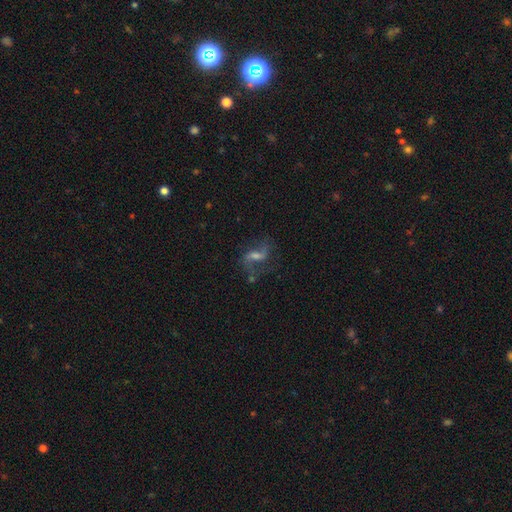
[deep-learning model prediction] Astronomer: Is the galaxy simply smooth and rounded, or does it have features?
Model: featured or disk — 72%.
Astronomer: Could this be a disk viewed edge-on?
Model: no — 94%.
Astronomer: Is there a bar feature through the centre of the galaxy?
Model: weak — 48% (runner-up: strong, 28%).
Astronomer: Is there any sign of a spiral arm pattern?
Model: yes — 89%.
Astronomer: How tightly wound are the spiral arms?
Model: loose — 68%.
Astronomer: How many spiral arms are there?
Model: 2 — 86%.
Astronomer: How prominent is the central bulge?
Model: moderate — 41% (runner-up: small, 35%).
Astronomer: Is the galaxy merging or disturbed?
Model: none — 59%.